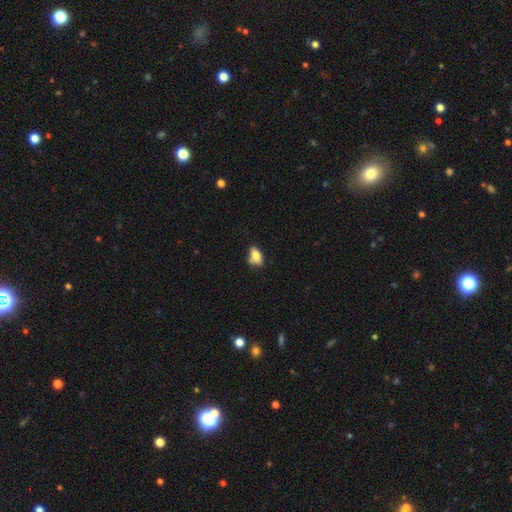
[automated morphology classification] smooth_or_featured: smooth (p=0.76) [alt: featured or disk p=0.16]
how_rounded: in between (p=0.86) [alt: round p=0.08]
merging: none (p=0.52) [alt: minor disturbance p=0.28]